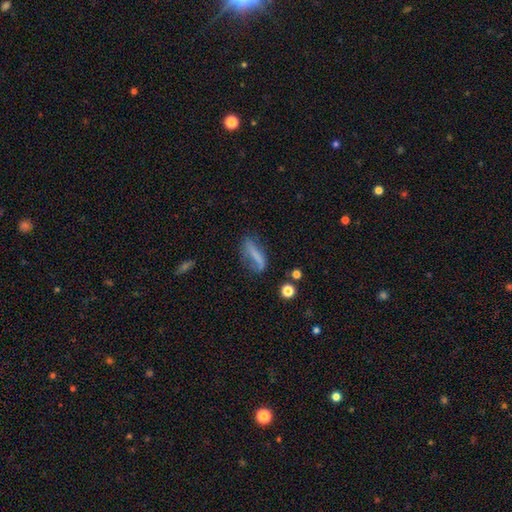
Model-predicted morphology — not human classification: The model was most divided on "how rounded": cigar-shaped: 58%, in between: 38%, round: 4%. Remaining: smooth or featured — smooth (58%); merging — none (50%).